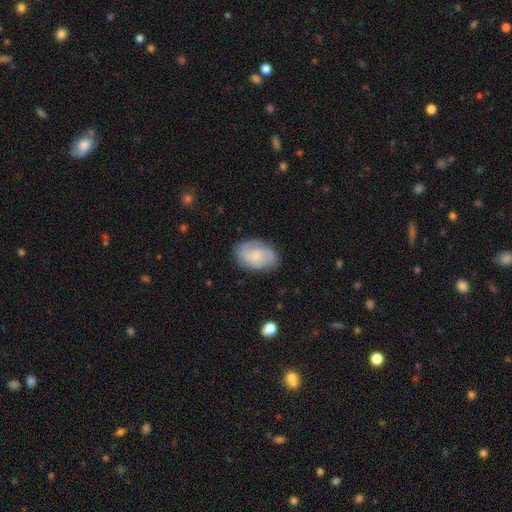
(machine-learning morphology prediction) Smooth or featured: featured or disk — 49% (smooth — 44%)
Merging: none — 77% (minor disturbance — 17%)